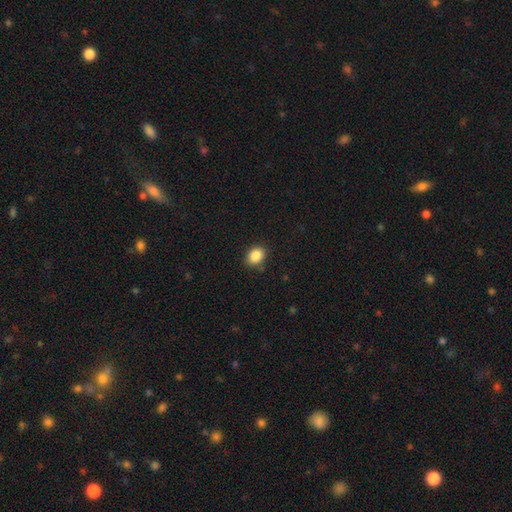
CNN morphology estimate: A smooth galaxy with no disk features (87%) that is in between round and cigar-shaped (60%). Merging: none (85%).